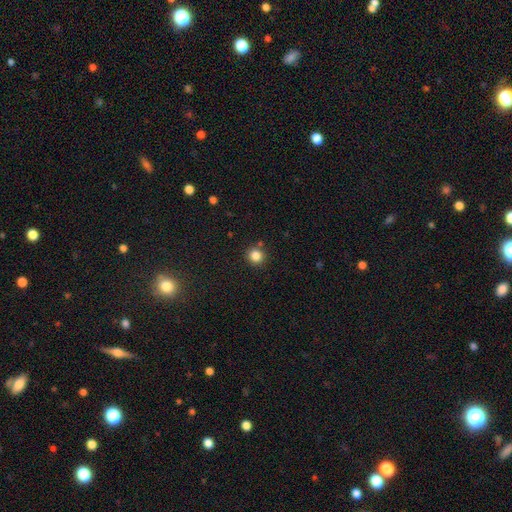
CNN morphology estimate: A smooth galaxy with no disk features (84%) that is round (89%). Merging: none (85%).